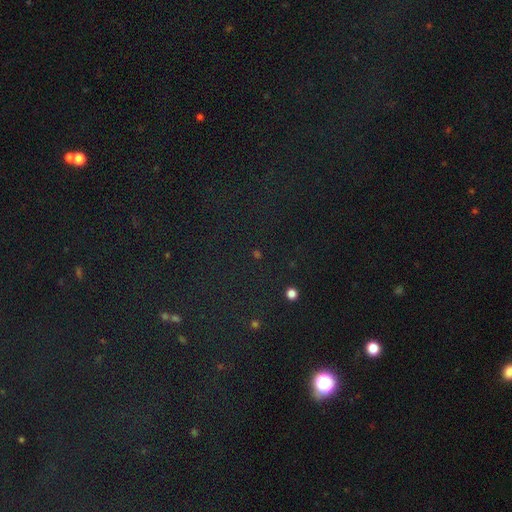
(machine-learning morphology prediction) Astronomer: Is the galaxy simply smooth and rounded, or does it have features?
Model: star or artifact — 76%.